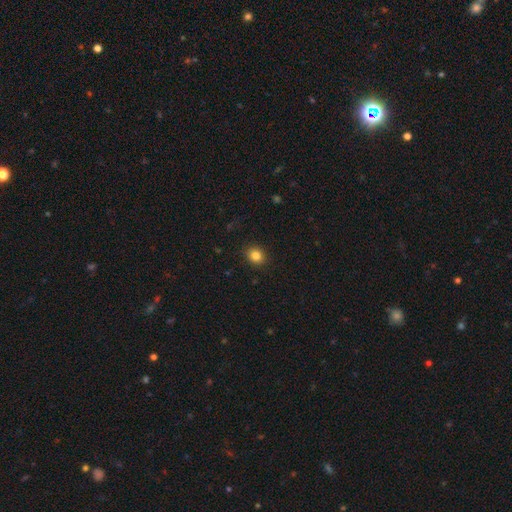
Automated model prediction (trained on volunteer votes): A smooth galaxy with no disk features (84%) that is round (70%).

Vote fractions:
- Smooth or featured? smooth: 84% / star or artifact: 11% / featured or disk: 5%
- How rounded? round: 70% / in between: 30% / cigar-shaped: 1%
- Merging? none: 90% / minor disturbance: 7% / major disturbance: 2% / merger: 1%